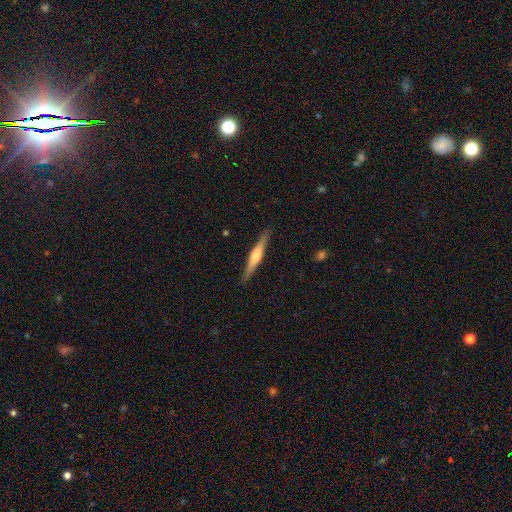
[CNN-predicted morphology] type=featured or disk (66%); edge-on=yes (98%); edge-on bulge=rounded (82%); merging=none (90%).